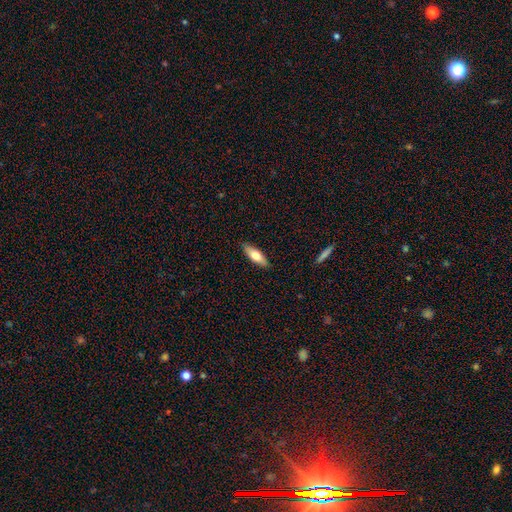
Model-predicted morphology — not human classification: type=smooth (63%); roundness=in between (54%); merging=none (89%).